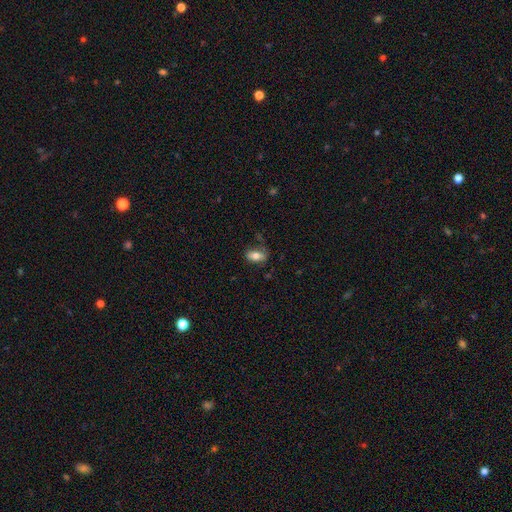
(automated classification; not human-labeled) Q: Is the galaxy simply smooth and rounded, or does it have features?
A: smooth — 71%.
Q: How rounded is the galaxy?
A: in between — 88%.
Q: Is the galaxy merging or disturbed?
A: none — 67%.